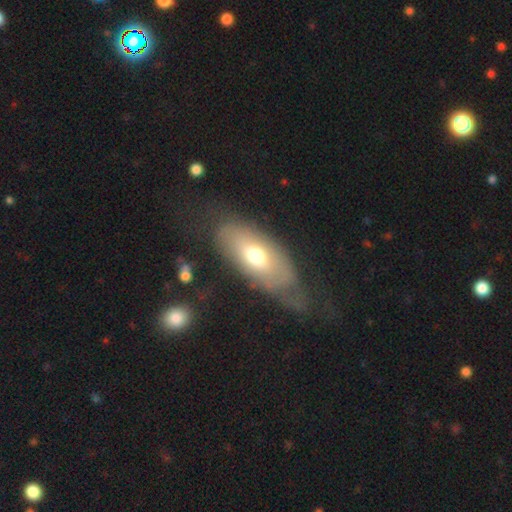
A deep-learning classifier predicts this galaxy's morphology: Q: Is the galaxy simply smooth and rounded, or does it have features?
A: smooth — 57%.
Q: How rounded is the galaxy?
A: in between — 88%.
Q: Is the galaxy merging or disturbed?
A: none — 47%.